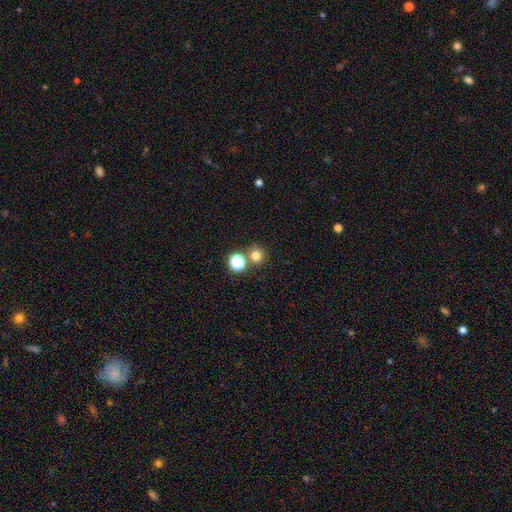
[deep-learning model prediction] Smooth or featured?
  - smooth: 75% *
  - star or artifact: 19%
  - featured or disk: 6%
How rounded?
  - round: 91% *
  - in between: 8%
  - cigar-shaped: 1%
Merging?
  - none: 72% *
  - merger: 17%
  - minor disturbance: 7%
  - major disturbance: 3%